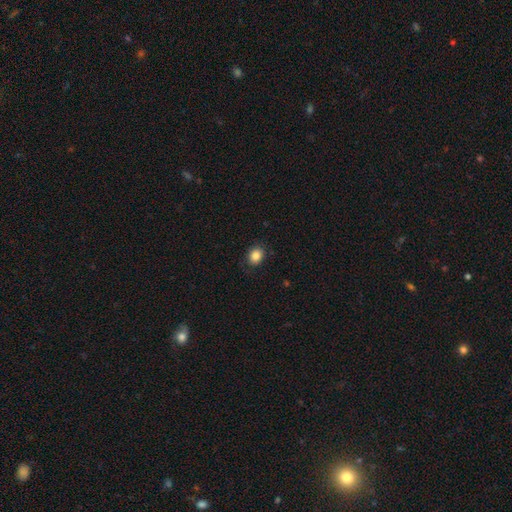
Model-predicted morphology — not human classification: Smooth or featured?
  - smooth: 86% *
  - star or artifact: 10%
  - featured or disk: 5%
How rounded?
  - round: 54% *
  - in between: 45%
  - cigar-shaped: 1%
Merging?
  - none: 87% *
  - minor disturbance: 10%
  - major disturbance: 3%
  - merger: 1%